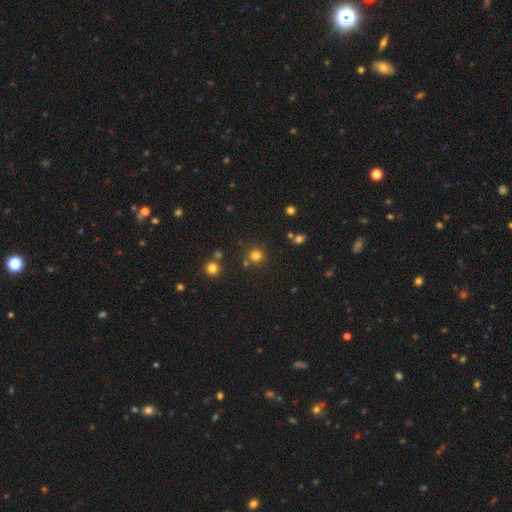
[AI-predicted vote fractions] Smooth or featured? Predicted: smooth (p=0.77). How rounded? Predicted: round (p=0.92). Merging? Predicted: none (p=0.79).